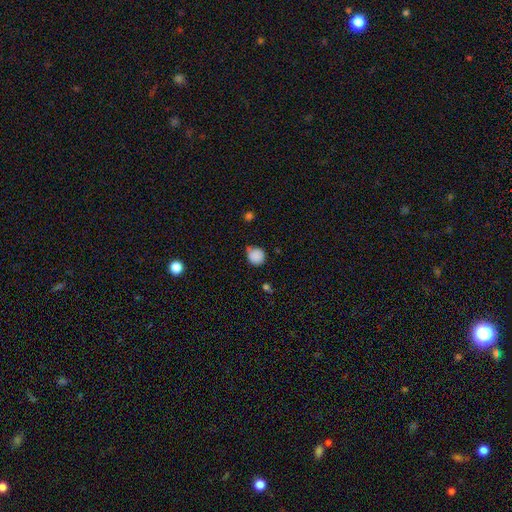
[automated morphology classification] A smooth galaxy with no disk features (86%) that is round (89%).

Vote fractions:
- Smooth or featured? smooth: 86% / star or artifact: 10% / featured or disk: 4%
- How rounded? round: 89% / in between: 10% / cigar-shaped: 1%
- Merging? none: 64% / minor disturbance: 27% / major disturbance: 5% / merger: 4%